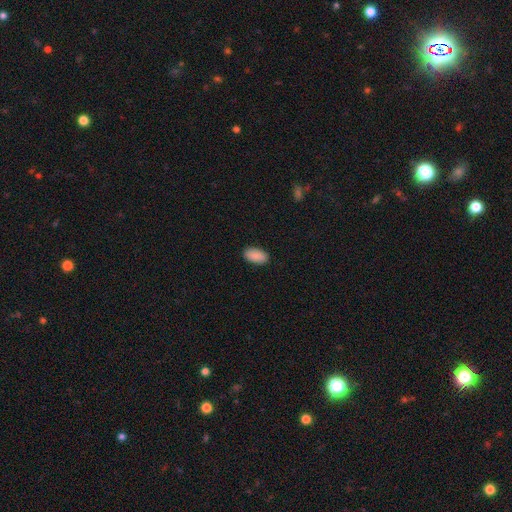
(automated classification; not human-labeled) Smooth or featured? Predicted: smooth (p=0.91). How rounded? Predicted: in between (p=0.95). Merging? Predicted: none (p=0.90).